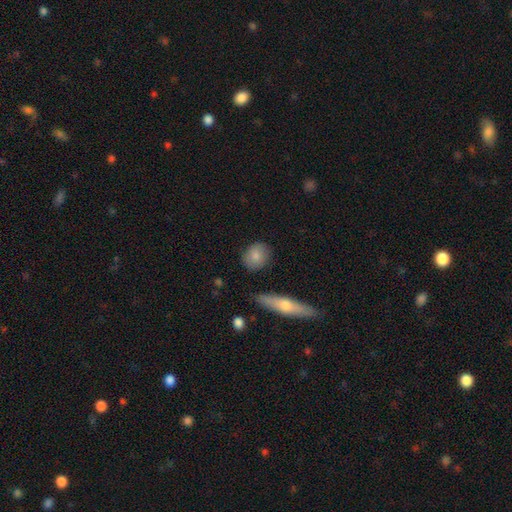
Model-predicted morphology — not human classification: Overall: smooth (82%). How rounded: round (62%; in between 35%). Merging: none (83%).